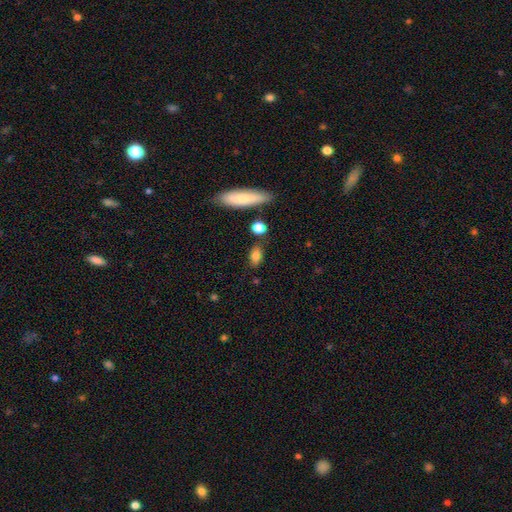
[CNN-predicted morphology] Overall: smooth (81%). How rounded: in between (77%). Merging: none (76%).